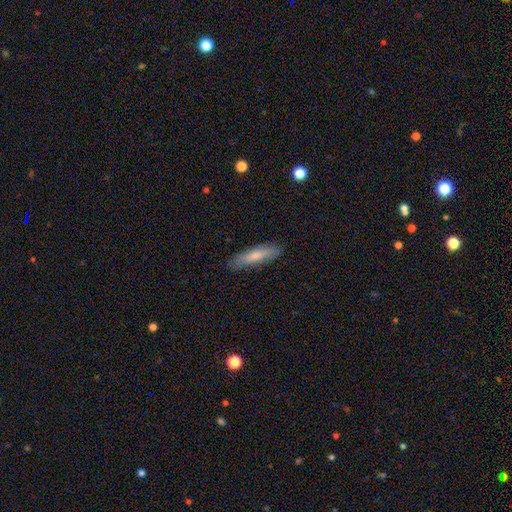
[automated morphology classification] Smooth or featured? smooth (72%)
How rounded? cigar-shaped (73%)
Merging? none (83%)